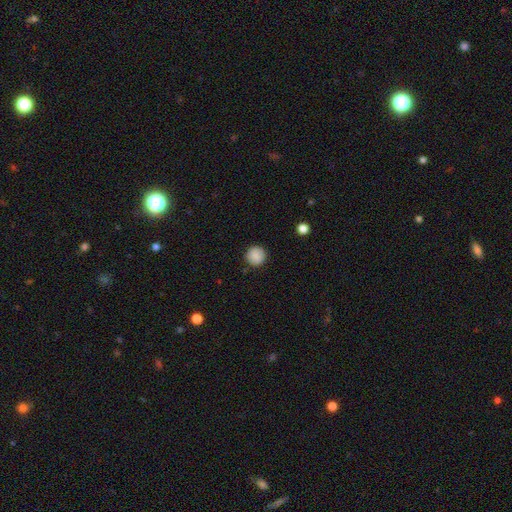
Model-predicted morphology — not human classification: Smooth or featured: smooth — 87% (star or artifact — 8%)
How rounded: round — 95% (in between — 4%)
Merging: none — 89% (minor disturbance — 8%)